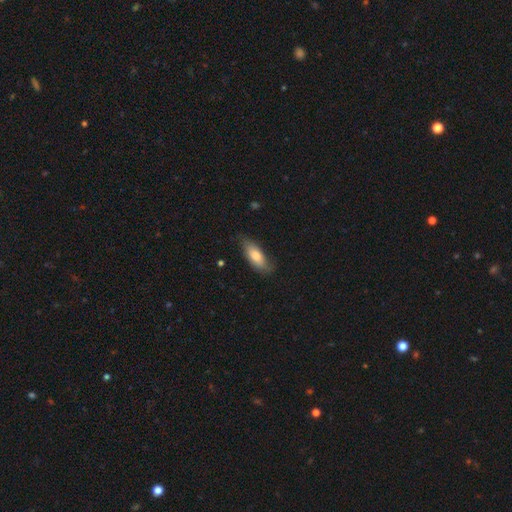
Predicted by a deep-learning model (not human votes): The model was most divided on "merging": none: 72%, minor disturbance: 23%, major disturbance: 4%, merger: 1%. More confident: how rounded — in between (78%); smooth or featured — smooth (76%).